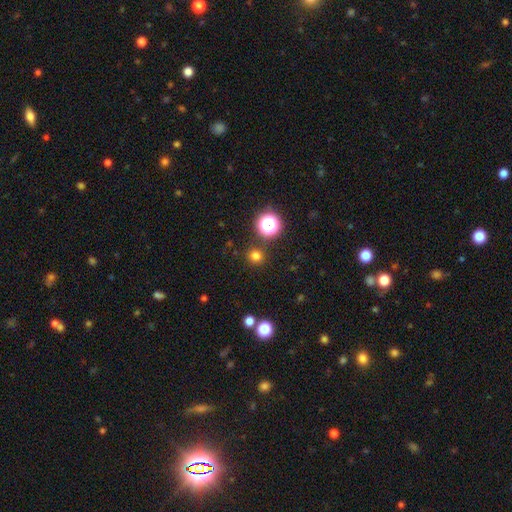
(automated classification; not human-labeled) Overall: smooth (75%). How rounded: round (93%). Merging: none (88%).